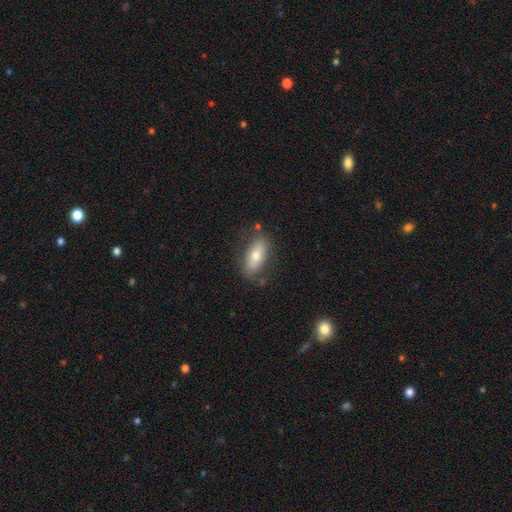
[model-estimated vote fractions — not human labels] Smooth or featured: smooth — 68% (featured or disk — 25%)
How rounded: in between — 82% (cigar-shaped — 15%)
Merging: none — 78% (minor disturbance — 15%)